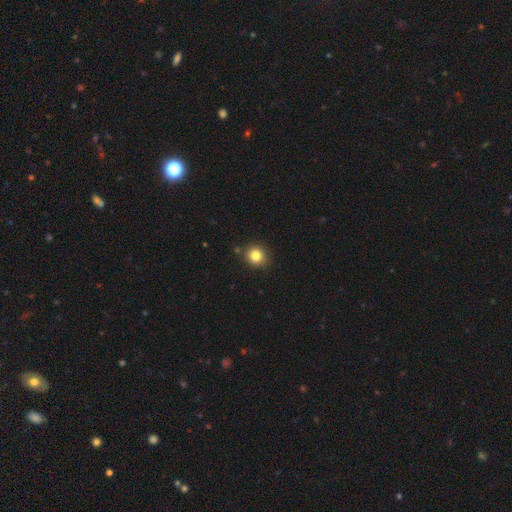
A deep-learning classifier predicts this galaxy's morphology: Smooth or featured: smooth — 82% (star or artifact — 12%)
How rounded: round — 87% (in between — 12%)
Merging: none — 87% (minor disturbance — 8%)